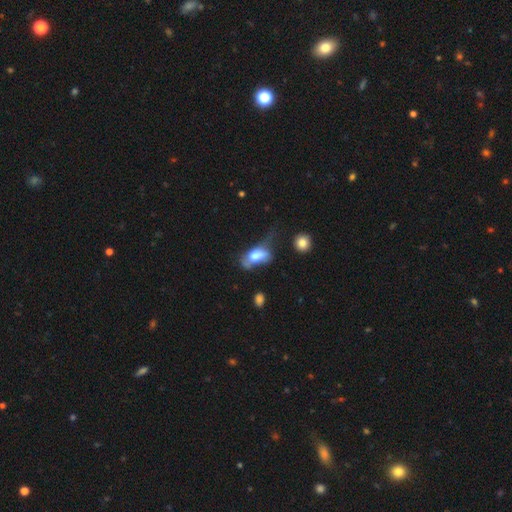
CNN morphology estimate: smooth 61%, featured or disk 30%, star or artifact 9%. Down the decision tree: how rounded — in between (88%); merging — major disturbance (43%).